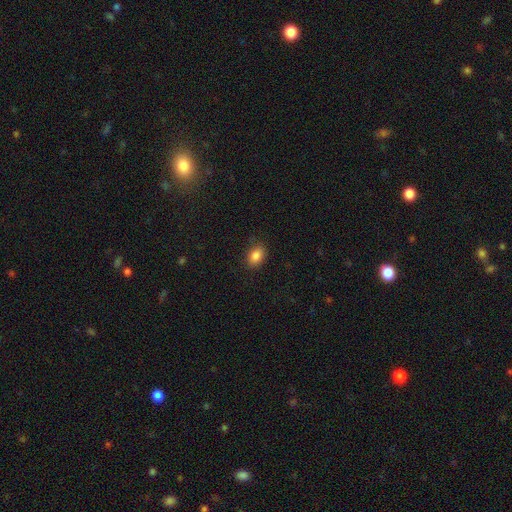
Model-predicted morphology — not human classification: Smooth or featured?
  - smooth: 86% *
  - star or artifact: 9%
  - featured or disk: 5%
How rounded?
  - in between: 80% *
  - round: 19%
  - cigar-shaped: 1%
Merging?
  - none: 84% *
  - minor disturbance: 12%
  - major disturbance: 3%
  - merger: 1%